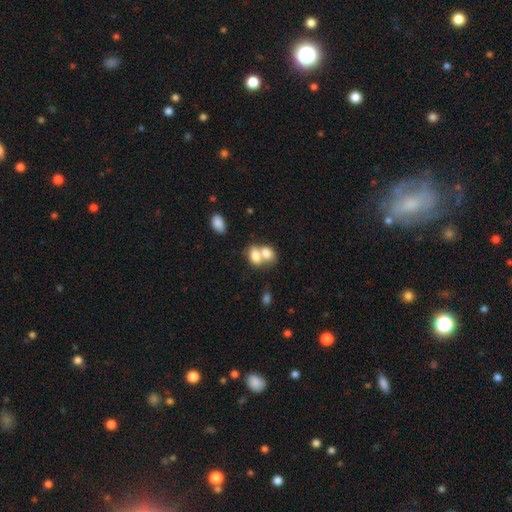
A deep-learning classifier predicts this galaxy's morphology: This appears to be a smooth galaxy with no disk features (76%) that is in between round and cigar-shaped (73%). Merging: merger (69%).